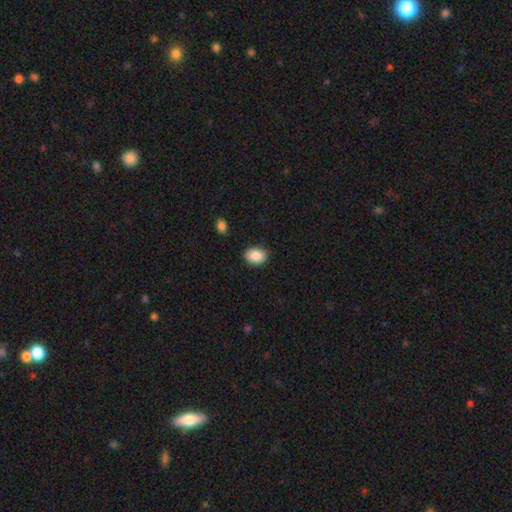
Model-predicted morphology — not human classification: Overall: smooth (89%). How rounded: in between (75%). Merging: none (87%).